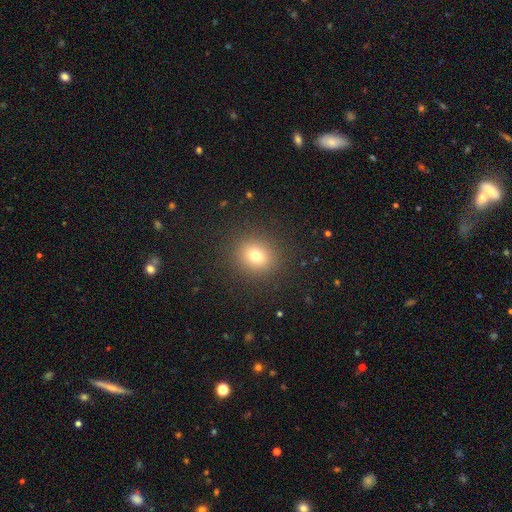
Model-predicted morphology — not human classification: A smooth galaxy with no disk features (75%) that is round (79%).

Vote fractions:
- Smooth or featured? smooth: 75% / star or artifact: 16% / featured or disk: 9%
- How rounded? round: 79% / in between: 20% / cigar-shaped: 1%
- Merging? none: 89% / minor disturbance: 6% / major disturbance: 3% / merger: 1%